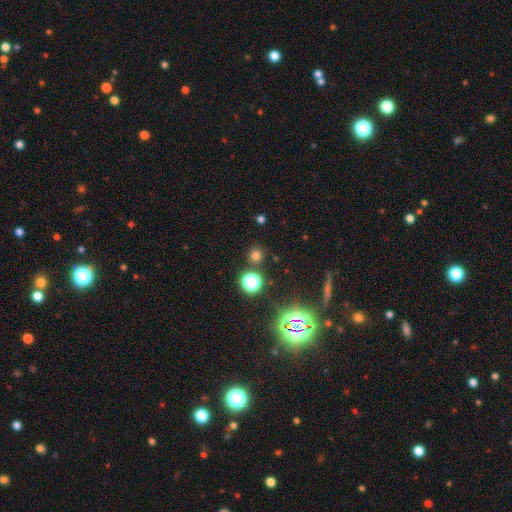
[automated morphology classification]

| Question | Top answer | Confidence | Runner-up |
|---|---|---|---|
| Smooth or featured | smooth | 66% | star or artifact (28%) |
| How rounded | round | 94% | in between (5%) |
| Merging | none | 87% | minor disturbance (6%) |